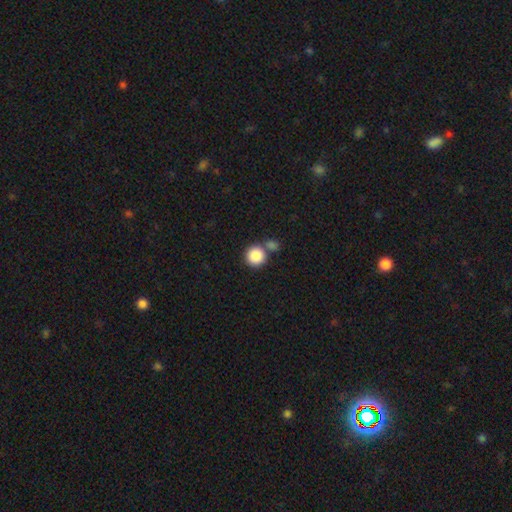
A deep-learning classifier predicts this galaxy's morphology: A smooth galaxy with no disk features (87%) that is round (92%).

Vote fractions:
- Smooth or featured? smooth: 87% / star or artifact: 8% / featured or disk: 5%
- How rounded? round: 92% / in between: 7% / cigar-shaped: 1%
- Merging? none: 60% / merger: 28% / minor disturbance: 9% / major disturbance: 3%